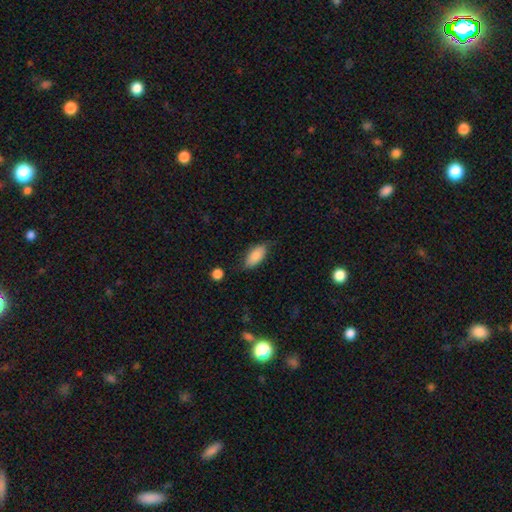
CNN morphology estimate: smooth 84%, featured or disk 9%, star or artifact 7%. Down the decision tree: how rounded — in between (89%); merging — none (69%).